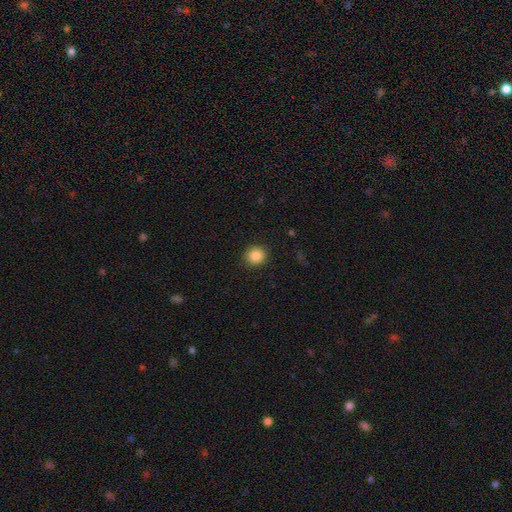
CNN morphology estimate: smooth_or_featured: smooth (p=0.86) [alt: star or artifact p=0.10]
how_rounded: round (p=0.87) [alt: in between p=0.12]
merging: none (p=0.90) [alt: minor disturbance p=0.07]